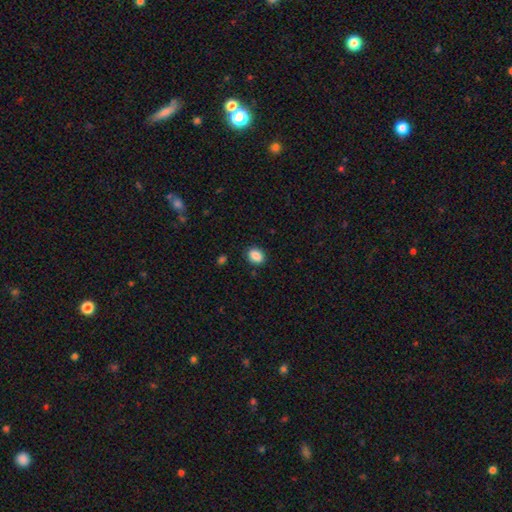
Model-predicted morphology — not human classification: Smooth or featured: smooth — 88% (star or artifact — 8%)
How rounded: in between — 66% (round — 33%)
Merging: none — 88% (minor disturbance — 9%)